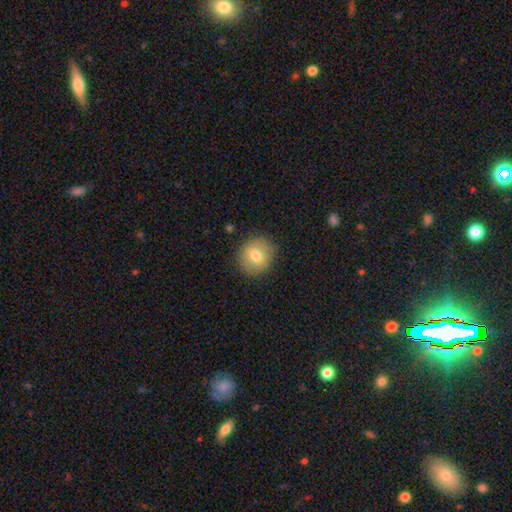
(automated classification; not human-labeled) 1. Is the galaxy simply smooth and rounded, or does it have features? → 73% smooth, 18% featured or disk, 9% star or artifact.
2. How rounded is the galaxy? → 83% round, 16% in between, 1% cigar-shaped.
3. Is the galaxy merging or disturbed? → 87% none, 9% minor disturbance, 3% major disturbance, 1% merger.